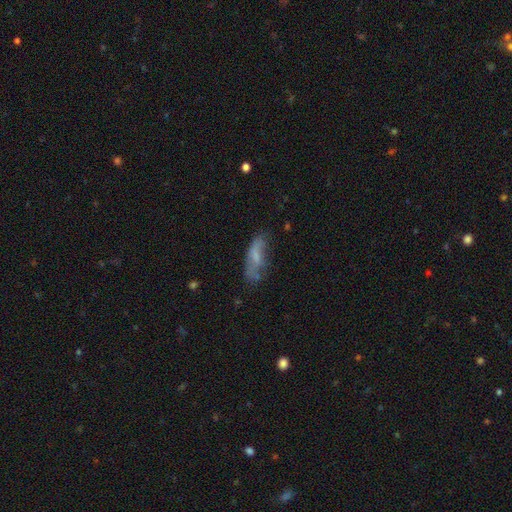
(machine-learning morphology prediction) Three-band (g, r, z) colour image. It shows a smooth galaxy with no disk features (58%) that is in between round and cigar-shaped (59%). Merging: none (49%).